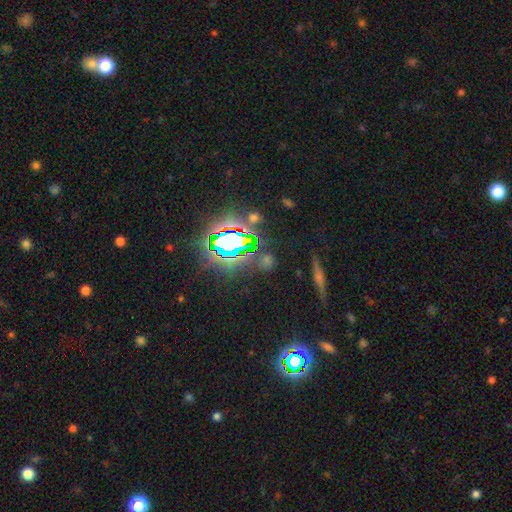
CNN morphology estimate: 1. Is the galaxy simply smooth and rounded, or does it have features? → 77% star or artifact, 13% smooth, 10% featured or disk.